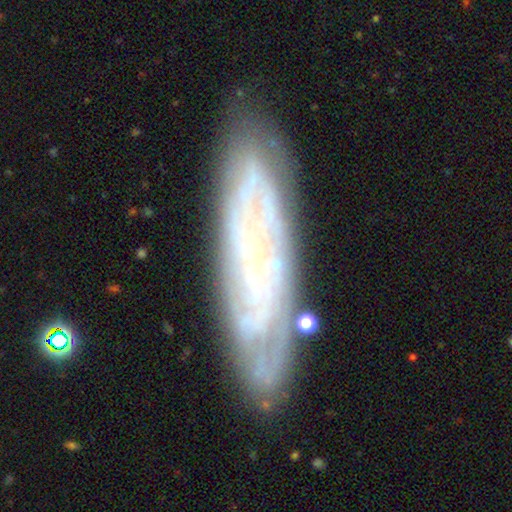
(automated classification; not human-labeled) Overall: featured or disk (75%). Edge-on disk: no (76%). Bar: no (67%). Spiral arms: yes (86%). Bulge size: small (71%). Merging: none (81%).